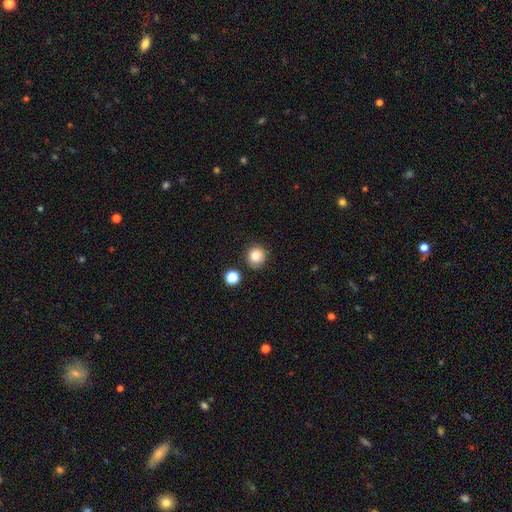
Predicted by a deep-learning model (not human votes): smooth 85%, star or artifact 11%, featured or disk 5%. Down the decision tree: how rounded — round (90%); merging — none (82%).